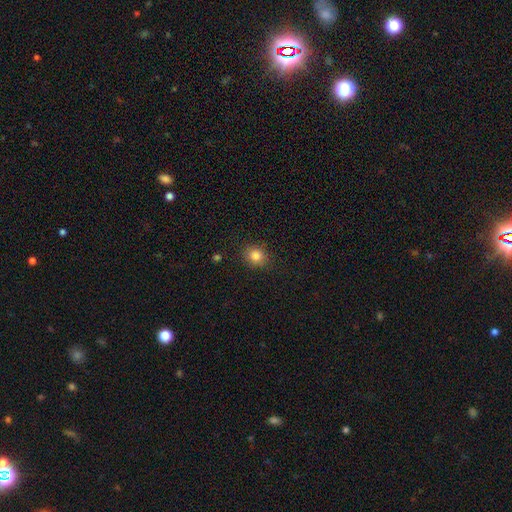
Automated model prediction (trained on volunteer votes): smooth_or_featured: smooth (p=0.84) [alt: star or artifact p=0.11]
how_rounded: round (p=0.69) [alt: in between p=0.31]
merging: none (p=0.87) [alt: minor disturbance p=0.09]